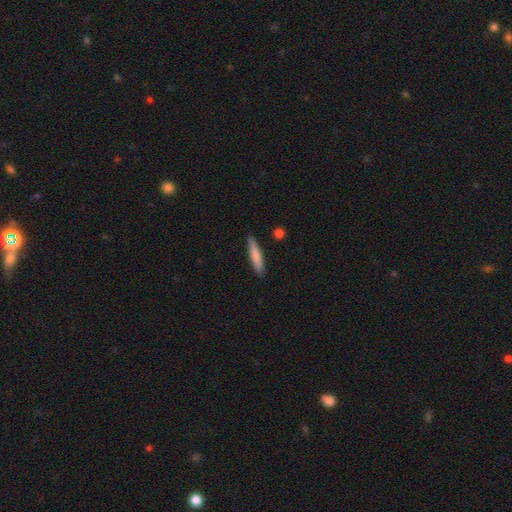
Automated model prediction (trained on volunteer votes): smooth_or_featured: smooth (p=0.79) [alt: featured or disk p=0.16]
how_rounded: cigar-shaped (p=0.89) [alt: in between p=0.10]
merging: none (p=0.88) [alt: minor disturbance p=0.09]